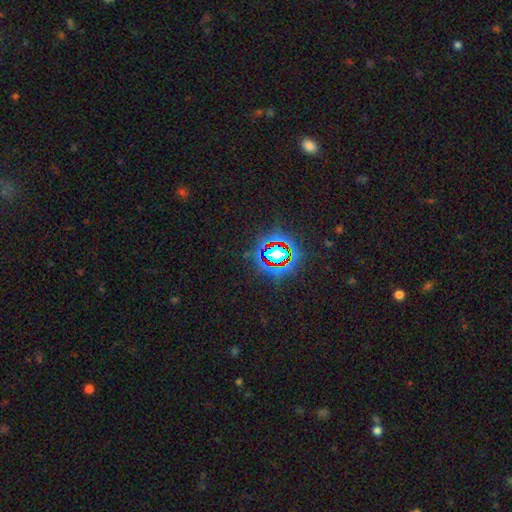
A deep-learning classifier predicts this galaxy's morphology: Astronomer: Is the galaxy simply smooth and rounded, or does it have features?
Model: star or artifact — 80%.